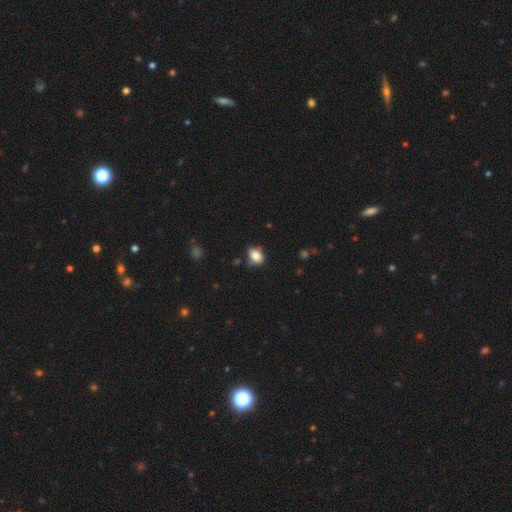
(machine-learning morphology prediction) Q: Smooth or featured?
A: smooth (83%); runner-up: star or artifact (9%)
Q: How rounded?
A: in between (59%); runner-up: round (40%)
Q: Merging?
A: none (70%); runner-up: minor disturbance (23%)